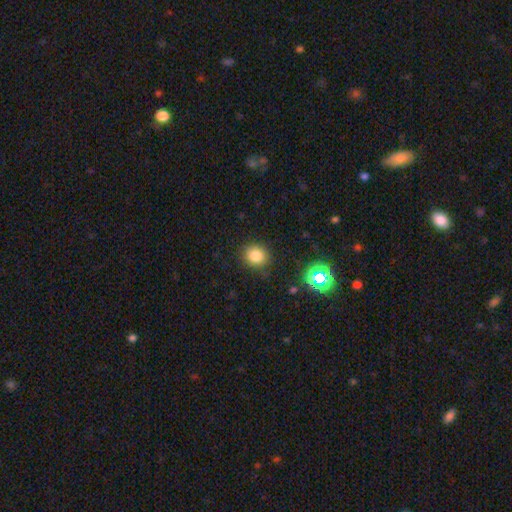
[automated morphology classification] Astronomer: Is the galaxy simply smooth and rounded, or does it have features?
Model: smooth — 80%.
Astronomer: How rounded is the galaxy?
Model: round — 77%.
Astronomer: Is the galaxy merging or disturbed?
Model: none — 86%.